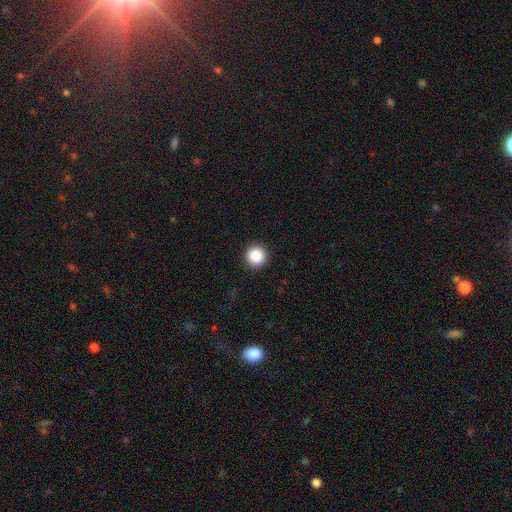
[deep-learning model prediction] A smooth galaxy with no disk features (87%) that is round (96%).

Vote fractions:
- Smooth or featured? smooth: 87% / star or artifact: 9% / featured or disk: 3%
- How rounded? round: 96% / in between: 3% / cigar-shaped: 1%
- Merging? none: 93% / minor disturbance: 5% / major disturbance: 2% / merger: 1%